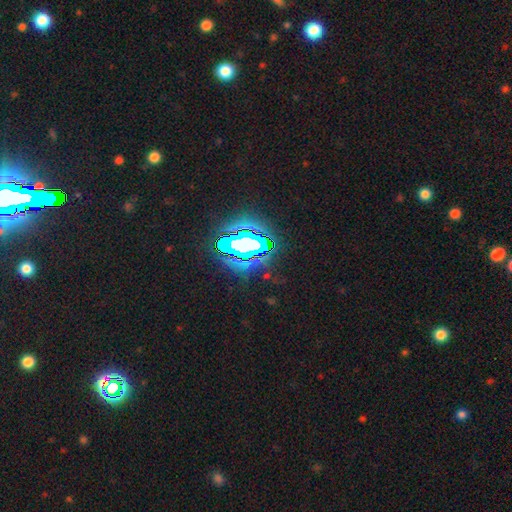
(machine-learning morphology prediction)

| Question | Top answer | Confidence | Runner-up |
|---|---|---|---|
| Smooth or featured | star or artifact | 65% | featured or disk (18%) |